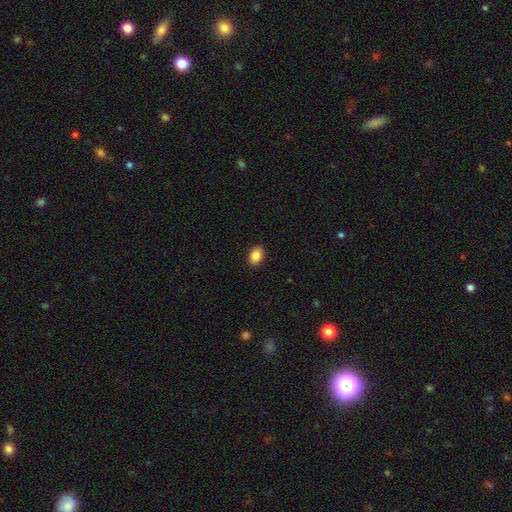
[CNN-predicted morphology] Smooth or featured: smooth — 88% (star or artifact — 8%)
How rounded: in between — 72% (round — 27%)
Merging: none — 90% (minor disturbance — 7%)